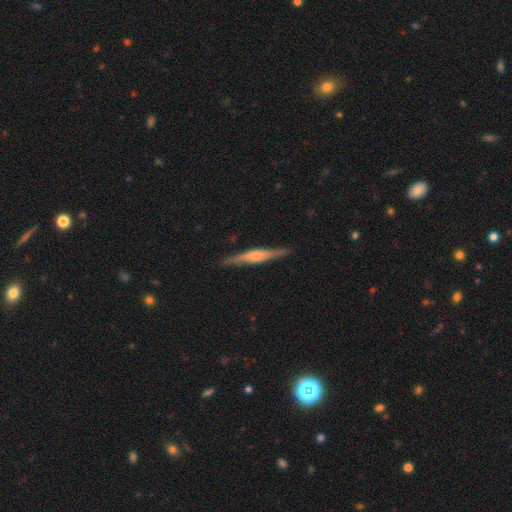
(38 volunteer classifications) Smooth or featured? featured or disk (74%)
Edge-on disk? yes (96%)
Edge-on bulge? rounded (67%)
Merging? none (94%)